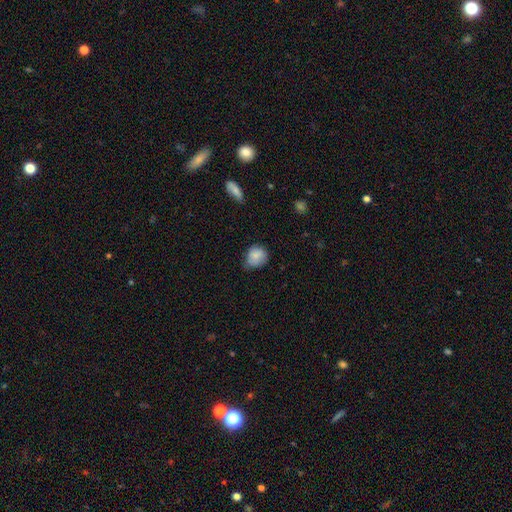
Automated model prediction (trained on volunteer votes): This appears to be a smooth galaxy with no disk features (82%) that is round (67%). Merging: none (54%).